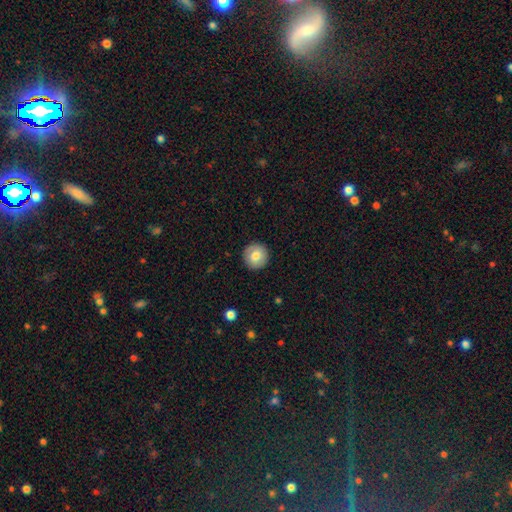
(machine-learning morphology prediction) Smooth or featured?
  - smooth: 76% *
  - featured or disk: 17%
  - star or artifact: 7%
How rounded?
  - round: 95% *
  - in between: 4%
  - cigar-shaped: 1%
Merging?
  - none: 91% *
  - minor disturbance: 6%
  - major disturbance: 2%
  - merger: 1%